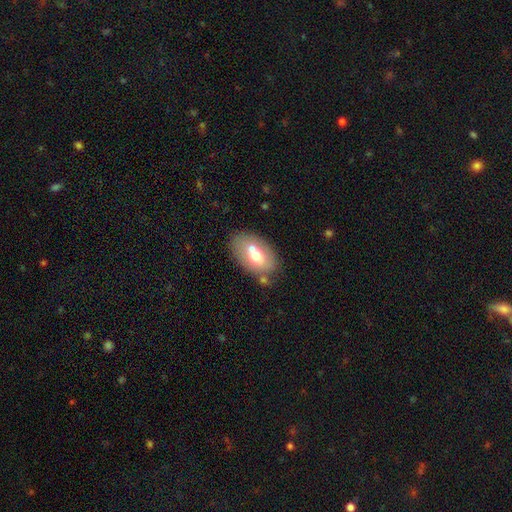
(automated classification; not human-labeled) Smooth or featured: smooth — 61% (featured or disk — 31%)
How rounded: in between — 89% (round — 9%)
Merging: none — 58% (merger — 21%)